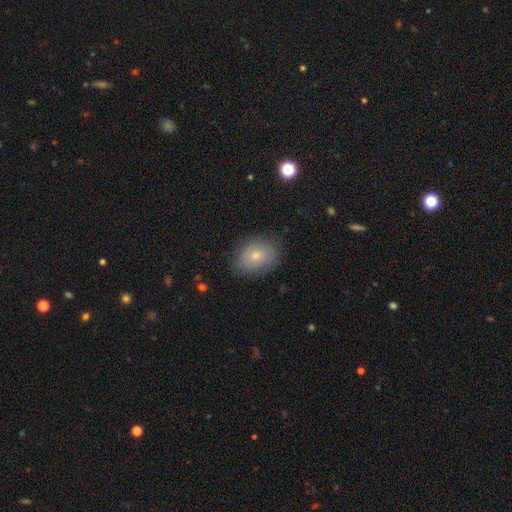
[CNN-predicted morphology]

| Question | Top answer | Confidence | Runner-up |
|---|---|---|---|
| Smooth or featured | smooth | 75% | featured or disk (16%) |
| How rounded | in between | 55% | round (44%) |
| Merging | none | 78% | minor disturbance (16%) |